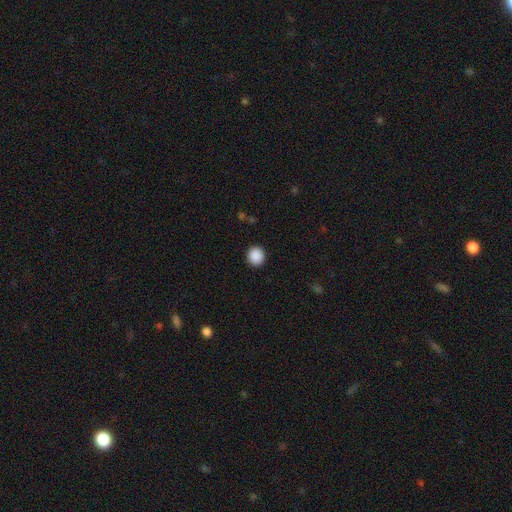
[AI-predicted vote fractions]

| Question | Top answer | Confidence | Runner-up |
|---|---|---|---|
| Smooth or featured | smooth | 89% | star or artifact (8%) |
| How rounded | round | 87% | in between (12%) |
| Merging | none | 92% | minor disturbance (5%) |